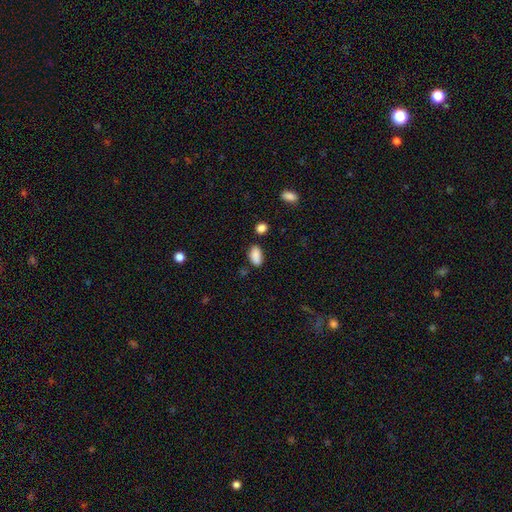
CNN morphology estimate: Overall: smooth (88%). How rounded: in between (92%). Merging: none (76%).